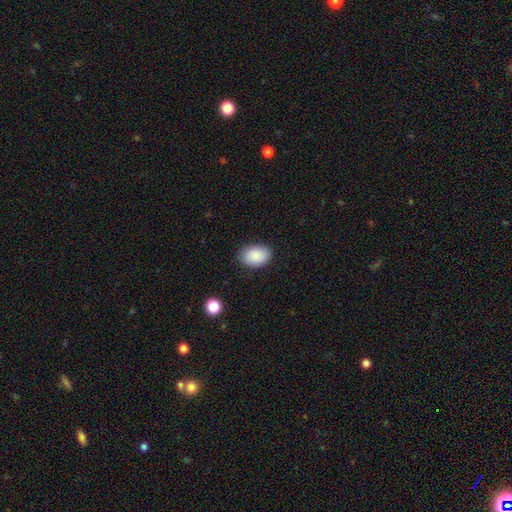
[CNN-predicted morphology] A smooth galaxy with no disk features (89%) that is in between round and cigar-shaped (85%).

Vote fractions:
- Smooth or featured? smooth: 89% / star or artifact: 6% / featured or disk: 4%
- How rounded? in between: 85% / round: 14% / cigar-shaped: 1%
- Merging? none: 86% / minor disturbance: 10% / major disturbance: 2% / merger: 1%